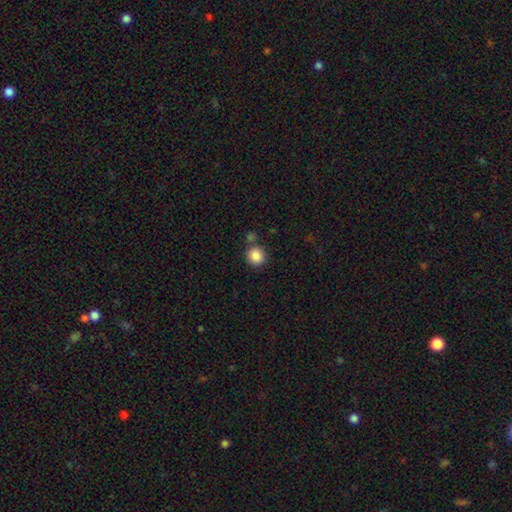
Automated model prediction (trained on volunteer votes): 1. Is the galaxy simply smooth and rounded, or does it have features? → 88% smooth, 9% star or artifact, 3% featured or disk.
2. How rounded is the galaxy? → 86% round, 13% in between, 1% cigar-shaped.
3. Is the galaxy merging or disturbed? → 73% none, 13% merger, 11% minor disturbance, 4% major disturbance.